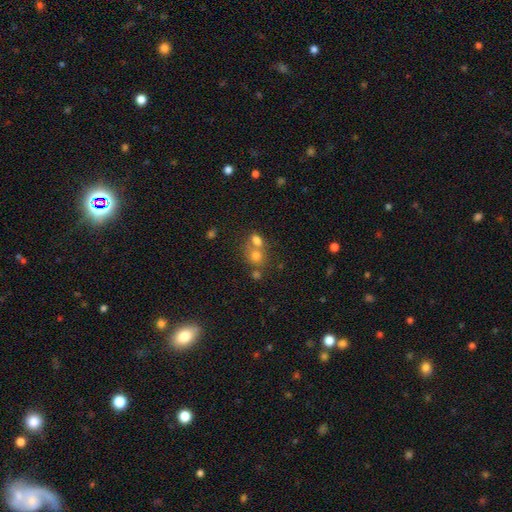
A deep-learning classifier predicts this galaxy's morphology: This is likely a smooth galaxy (71%). How rounded: likely round (67%). Merging: possibly merger (51%).